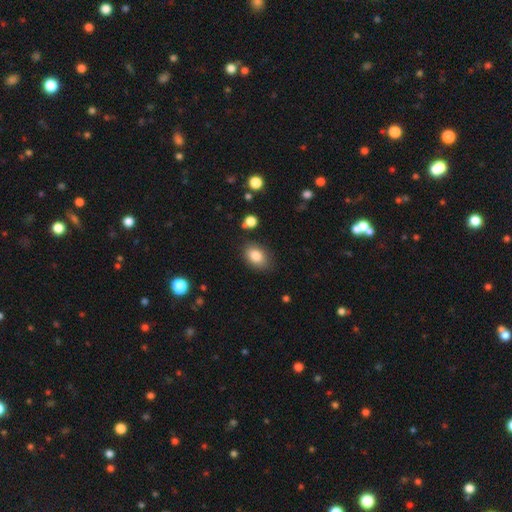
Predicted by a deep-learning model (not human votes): Overall: smooth (84%). How rounded: in between (80%). Merging: none (80%).